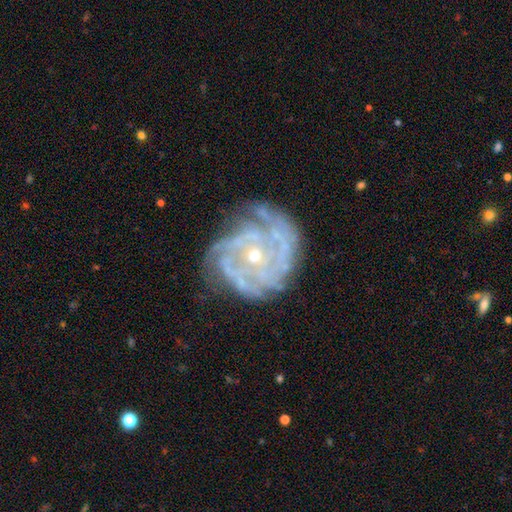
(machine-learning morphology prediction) Q: Smooth or featured?
A: featured or disk (86%); runner-up: star or artifact (7%)
Q: Edge-on disk?
A: no (97%); runner-up: yes (3%)
Q: Bar?
A: no (78%); runner-up: weak (17%)
Q: Spiral arms?
A: yes (92%); runner-up: no (8%)
Q: Spiral winding?
A: tight (68%); runner-up: medium (25%)
Q: Spiral arm count?
A: can't tell (34%); runner-up: 3 (20%)
Q: Bulge size?
A: small (68%); runner-up: moderate (29%)
Q: Merging?
A: none (61%); runner-up: minor disturbance (23%)